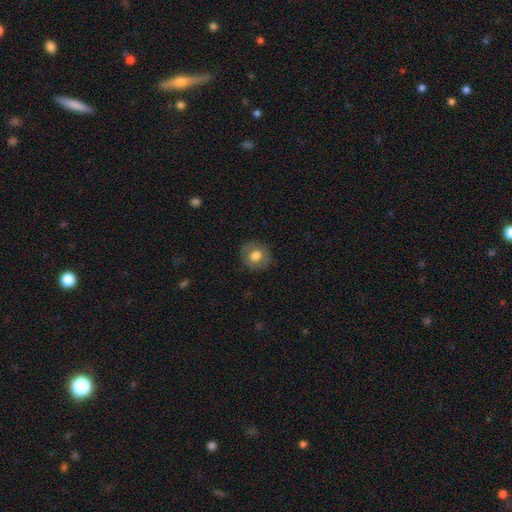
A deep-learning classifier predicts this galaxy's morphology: smooth_or_featured: smooth (p=0.70) [alt: featured or disk p=0.21]
how_rounded: round (p=0.86) [alt: in between p=0.13]
merging: none (p=0.87) [alt: minor disturbance p=0.09]